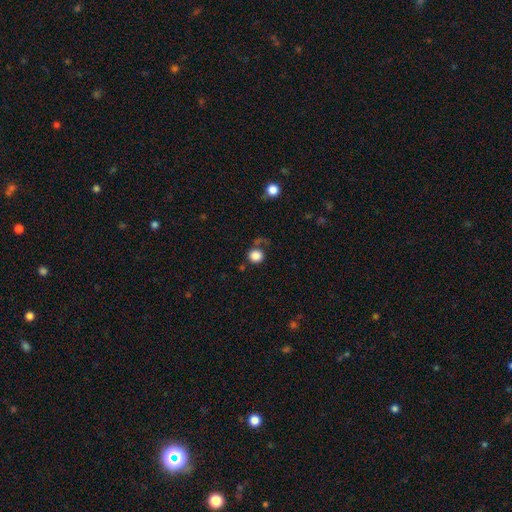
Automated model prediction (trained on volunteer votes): Smooth or featured: smooth — 86% (star or artifact — 10%)
How rounded: round — 88% (in between — 11%)
Merging: none — 71% (minor disturbance — 13%)